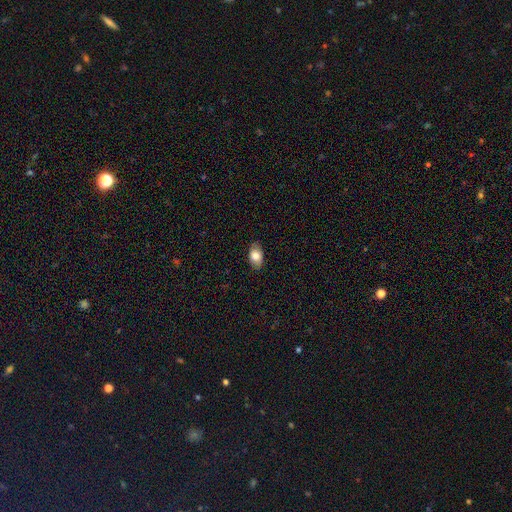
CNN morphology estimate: Smooth or featured: smooth — 79% (featured or disk — 14%)
How rounded: in between — 91% (round — 7%)
Merging: none — 85% (minor disturbance — 12%)